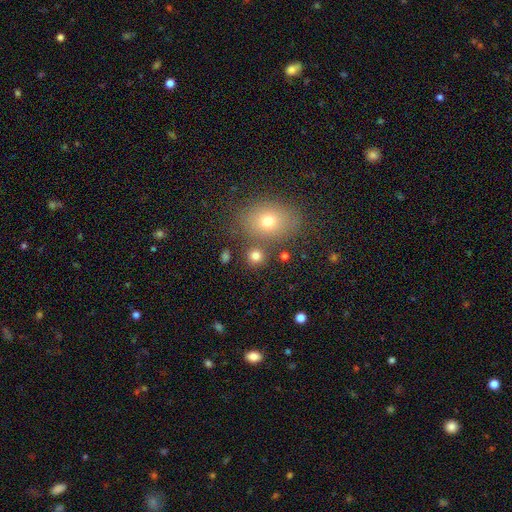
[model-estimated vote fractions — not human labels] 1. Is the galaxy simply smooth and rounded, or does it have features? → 77% smooth, 14% star or artifact, 9% featured or disk.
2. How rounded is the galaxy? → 82% round, 17% in between, 1% cigar-shaped.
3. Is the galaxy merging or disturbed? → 73% none, 14% merger, 9% minor disturbance, 4% major disturbance.